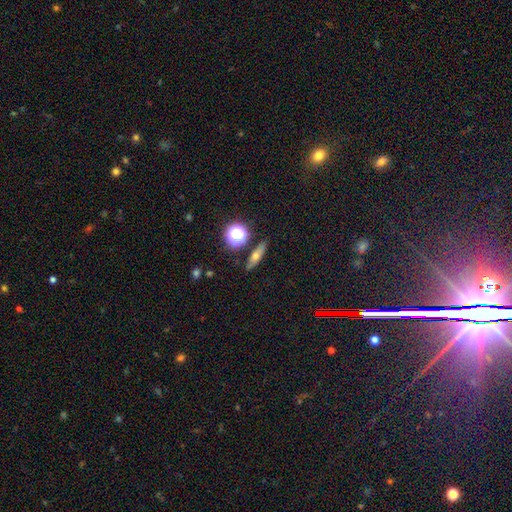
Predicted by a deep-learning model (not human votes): Smooth or featured? Predicted: smooth (p=0.42). Merging? Predicted: none (p=0.86).